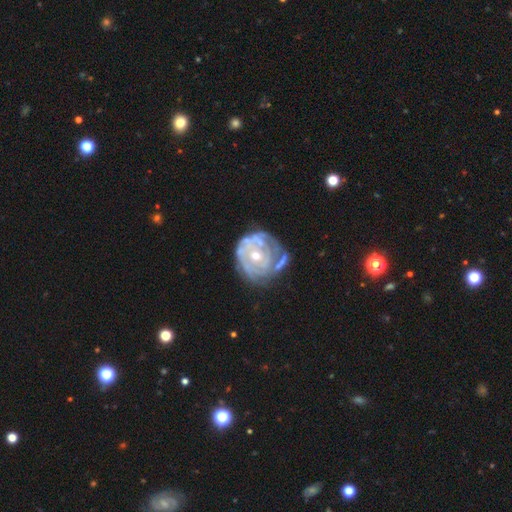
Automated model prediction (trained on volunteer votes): Smooth or featured? Predicted: featured or disk (p=0.79). Edge-on disk? Predicted: no (p=0.97). Bar? Predicted: no (p=0.80). Spiral arms? Predicted: yes (p=0.71). Spiral winding? Predicted: tight (p=0.75). Spiral arm count? Predicted: can't tell (p=0.52). Bulge size? Predicted: small (p=0.54). Merging? Predicted: none (p=0.51).